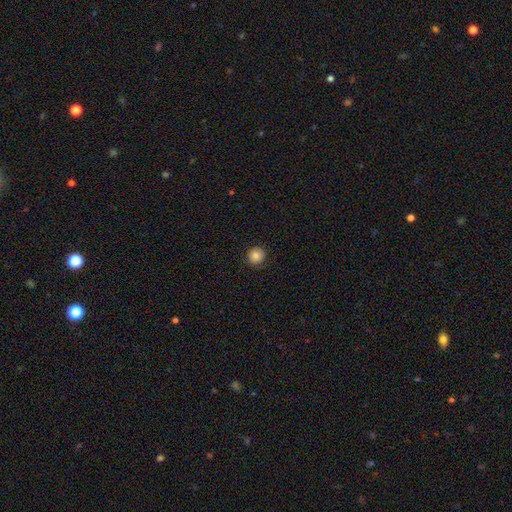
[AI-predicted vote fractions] Smooth or featured?
  - smooth: 82% *
  - star or artifact: 10%
  - featured or disk: 7%
How rounded?
  - round: 93% *
  - in between: 6%
  - cigar-shaped: 1%
Merging?
  - none: 90% *
  - minor disturbance: 7%
  - major disturbance: 2%
  - merger: 1%